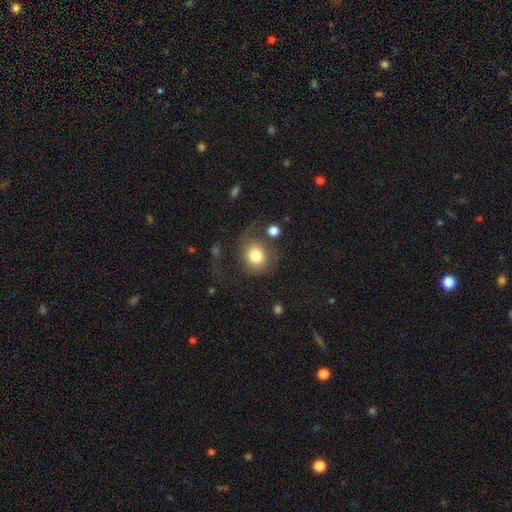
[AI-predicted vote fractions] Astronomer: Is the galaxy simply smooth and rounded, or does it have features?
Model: smooth — 74%.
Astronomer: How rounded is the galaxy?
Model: round — 79%.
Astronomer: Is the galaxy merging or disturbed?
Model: none — 50% (runner-up: major disturbance, 25%).